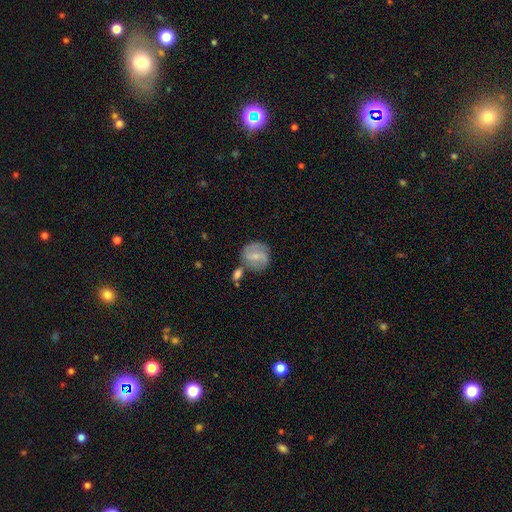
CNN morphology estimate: Smooth or featured? featured or disk (47%)
Merging? none (56%)